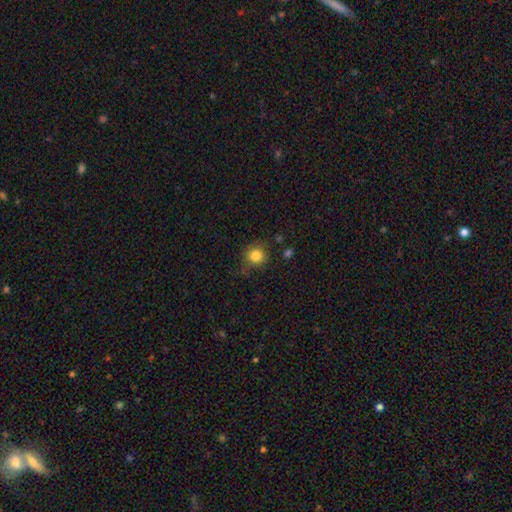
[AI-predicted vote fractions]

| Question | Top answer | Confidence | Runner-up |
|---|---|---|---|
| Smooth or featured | smooth | 83% | star or artifact (11%) |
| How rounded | round | 90% | in between (9%) |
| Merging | none | 81% | minor disturbance (13%) |